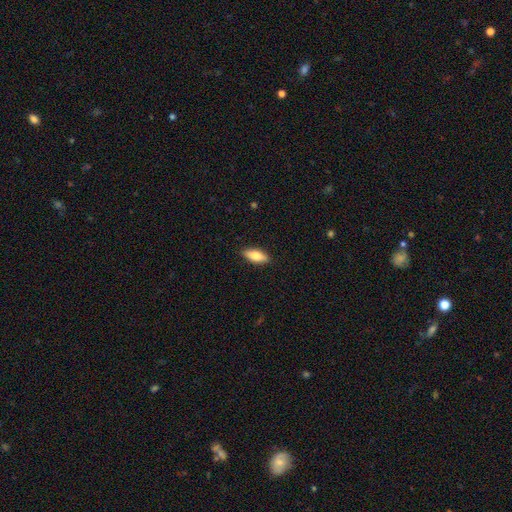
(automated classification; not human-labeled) smooth-or-featured: smooth: 77% | featured or disk: 17% | star or artifact: 6%
  how-rounded: in between: 76% | cigar-shaped: 21% | round: 2%
  merging: none: 89% | minor disturbance: 9% | major disturbance: 2% | merger: 1%